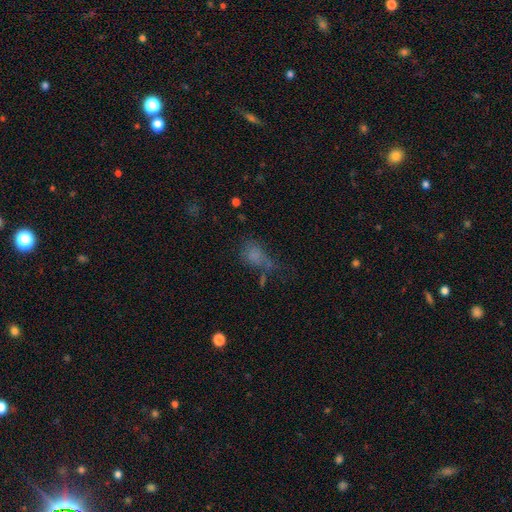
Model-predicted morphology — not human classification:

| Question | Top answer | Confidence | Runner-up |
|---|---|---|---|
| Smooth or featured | smooth | 64% | star or artifact (21%) |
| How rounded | in between | 65% | round (30%) |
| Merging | none | 36% | major disturbance (27%) |